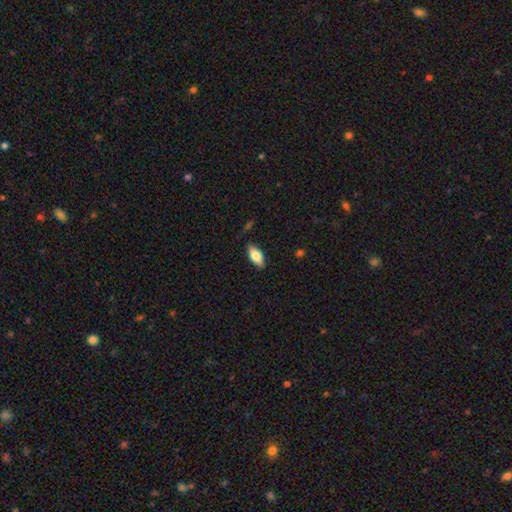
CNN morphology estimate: This appears to be a smooth galaxy with no disk features (78%) that is in between round and cigar-shaped (87%). Merging: none (84%).